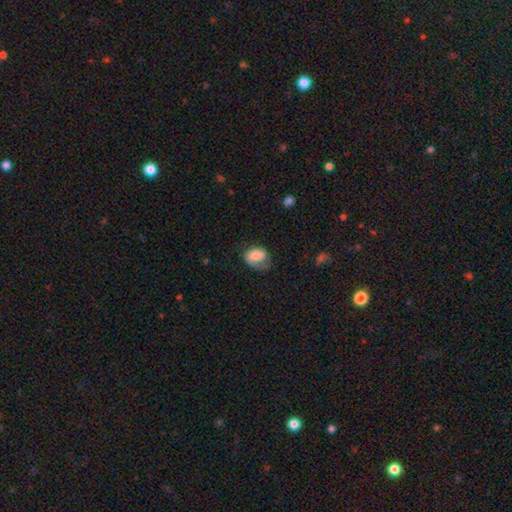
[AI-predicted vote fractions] smooth_or_featured: smooth (p=0.67) [alt: featured or disk p=0.26]
how_rounded: in between (p=0.72) [alt: round p=0.26]
merging: none (p=0.41) [alt: minor disturbance p=0.32]